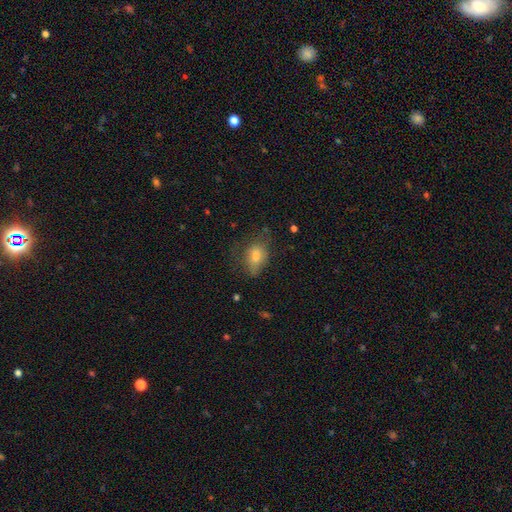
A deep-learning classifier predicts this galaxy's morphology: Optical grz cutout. It shows a smooth galaxy with no disk features (69%) that is in between round and cigar-shaped (80%). Merging: none (54%).